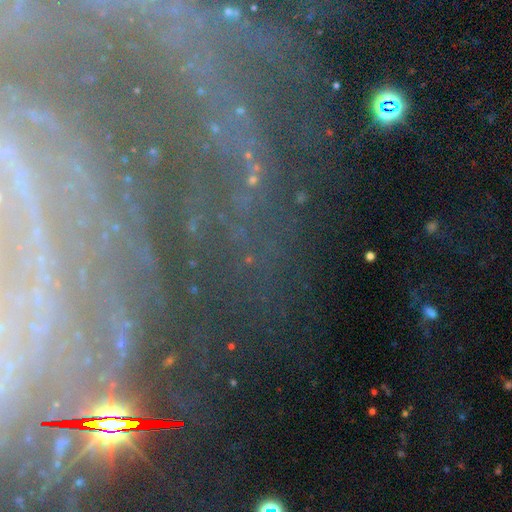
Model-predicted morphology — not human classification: A featured or disk galaxy (50%). Merging: none (74%).